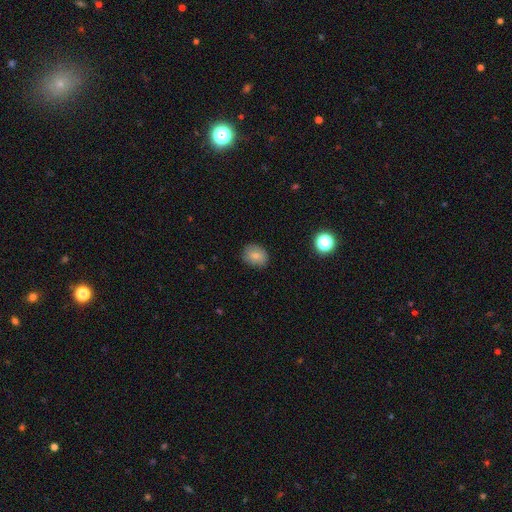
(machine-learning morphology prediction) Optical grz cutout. It shows a smooth galaxy with no disk features (78%) that is round (54%). Merging: none (83%).